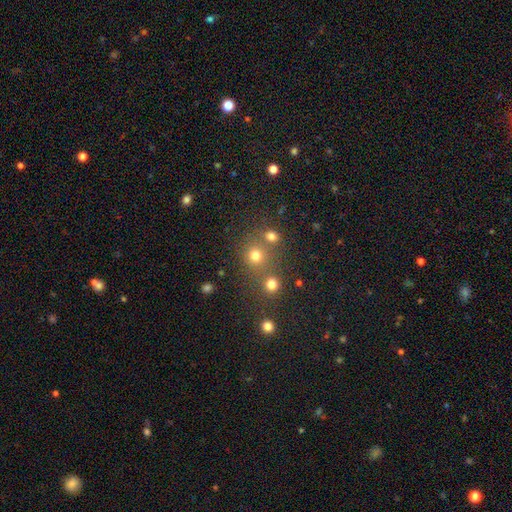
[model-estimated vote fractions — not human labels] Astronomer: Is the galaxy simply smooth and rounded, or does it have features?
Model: smooth — 74%.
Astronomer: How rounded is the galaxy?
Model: round — 88%.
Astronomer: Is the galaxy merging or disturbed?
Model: none — 65%.